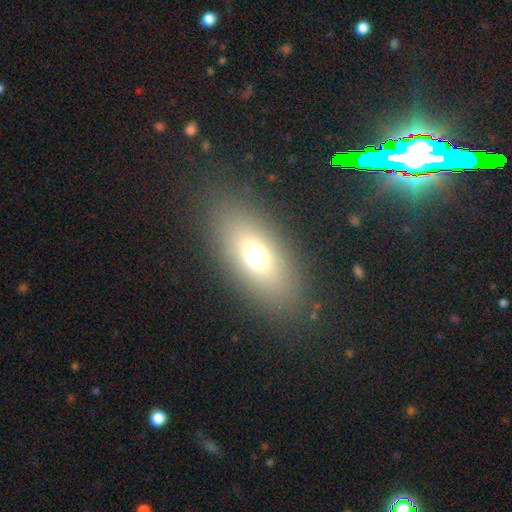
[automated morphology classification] Overall: smooth (68%). How rounded: in between (82%). Merging: none (84%).